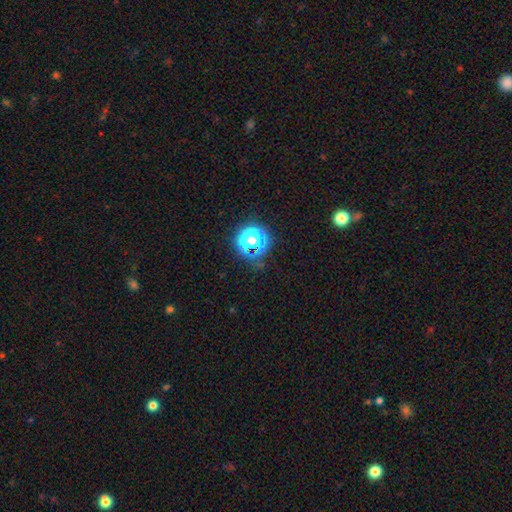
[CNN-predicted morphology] A star or artifact, not a galaxy (77%).